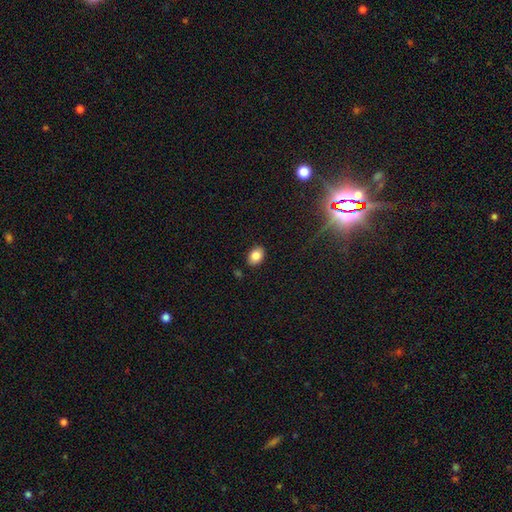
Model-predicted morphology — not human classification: smooth 84%, star or artifact 9%, featured or disk 7%. Down the decision tree: how rounded — in between (80%); merging — none (87%).